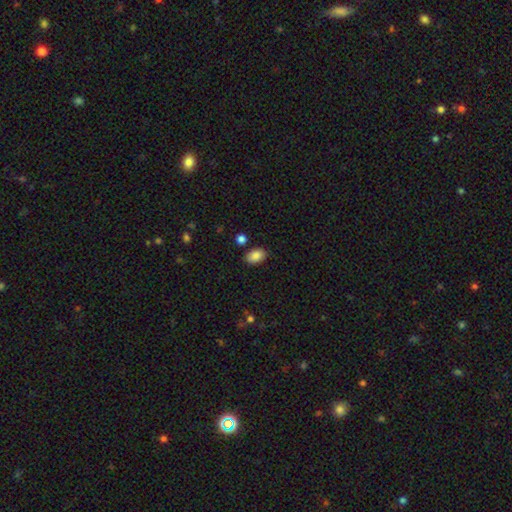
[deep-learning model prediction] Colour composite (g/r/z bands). It shows a smooth galaxy with no disk features (87%) that is in between round and cigar-shaped (89%). Merging: none (85%).